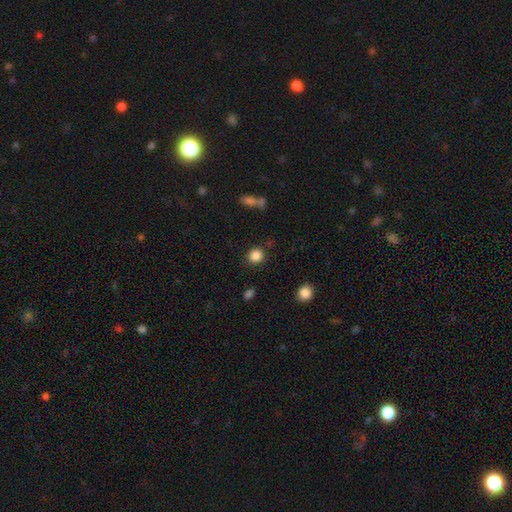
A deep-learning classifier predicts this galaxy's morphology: A smooth galaxy with no disk features (86%) that is round (86%).

Vote fractions:
- Smooth or featured? smooth: 86% / star or artifact: 10% / featured or disk: 4%
- How rounded? round: 86% / in between: 13% / cigar-shaped: 1%
- Merging? none: 85% / minor disturbance: 9% / major disturbance: 3% / merger: 3%